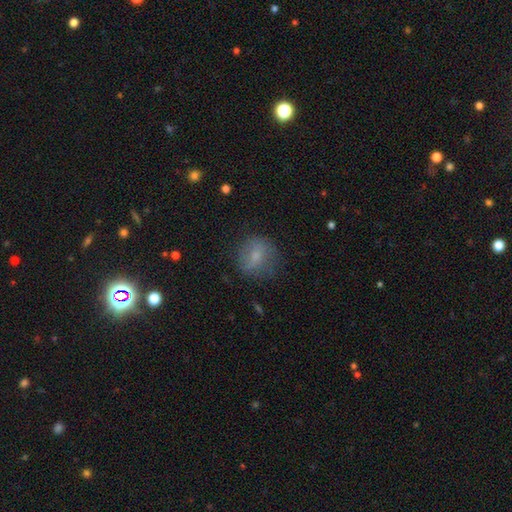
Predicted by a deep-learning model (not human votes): Q: Smooth or featured?
A: smooth (68%); runner-up: featured or disk (20%)
Q: How rounded?
A: round (68%); runner-up: in between (30%)
Q: Merging?
A: none (70%); runner-up: minor disturbance (19%)